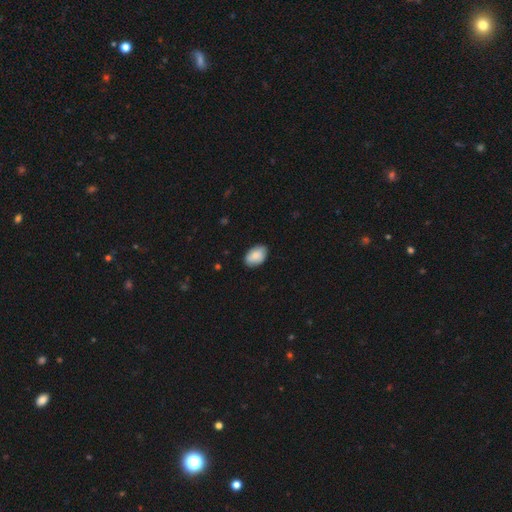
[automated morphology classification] Overall: smooth (84%). How rounded: in between (91%). Merging: none (83%).